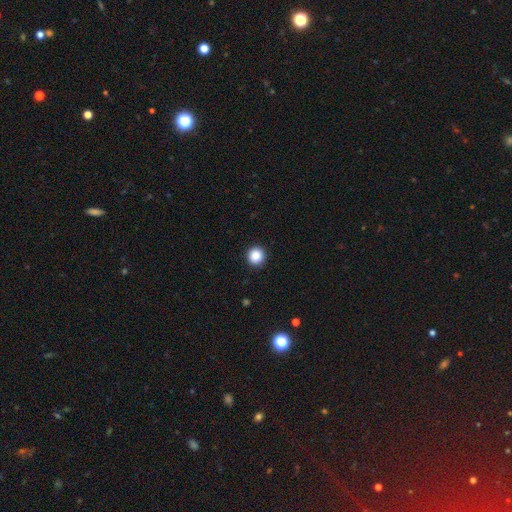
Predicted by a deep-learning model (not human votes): Overall: smooth (88%). How rounded: round (95%). Merging: none (93%).